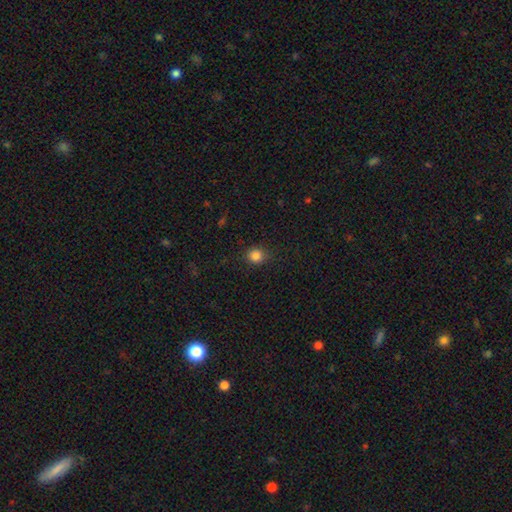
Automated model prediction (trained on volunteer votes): smooth-or-featured: smooth: 84% | star or artifact: 12% | featured or disk: 4%
  how-rounded: round: 87% | in between: 12% | cigar-shaped: 1%
  merging: none: 86% | minor disturbance: 10% | major disturbance: 3% | merger: 1%